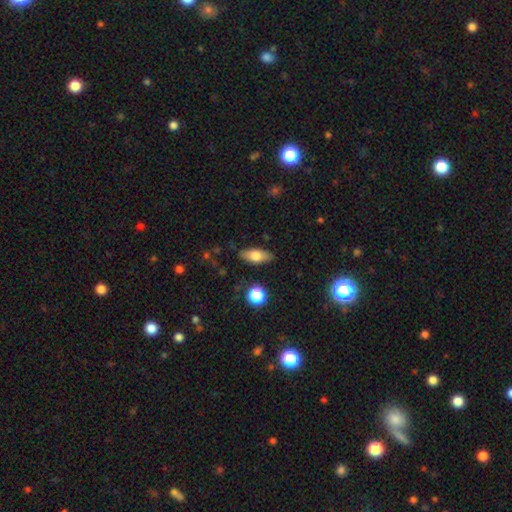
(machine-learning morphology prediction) The model was most divided on "smooth or featured": smooth: 70%, featured or disk: 22%, star or artifact: 8%. More confident: merging — none (84%); how rounded — in between (77%).